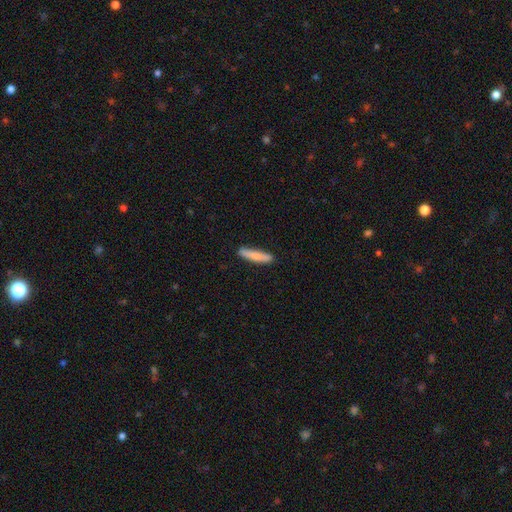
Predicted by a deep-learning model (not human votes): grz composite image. It shows a smooth galaxy with no disk features (80%) that is cigar-shaped (89%). Merging: none (86%).